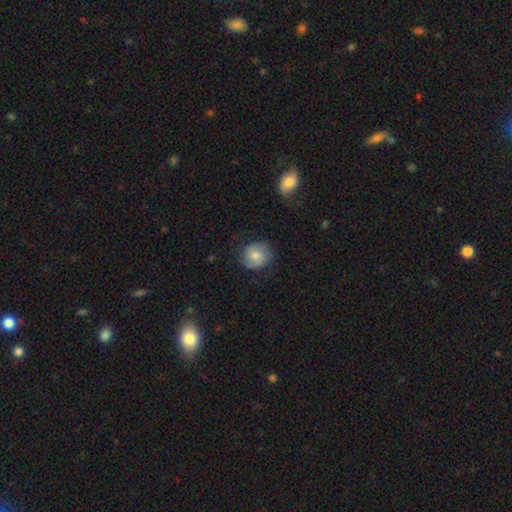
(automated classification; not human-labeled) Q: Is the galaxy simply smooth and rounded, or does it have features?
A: smooth — 69%.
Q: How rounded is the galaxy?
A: round — 81%.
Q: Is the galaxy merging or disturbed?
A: none — 73%.